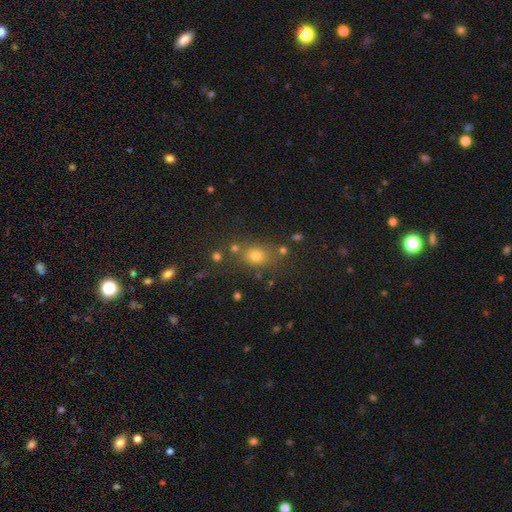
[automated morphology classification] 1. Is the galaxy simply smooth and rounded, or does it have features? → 71% smooth, 19% star or artifact, 10% featured or disk.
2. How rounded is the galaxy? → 52% round, 46% in between, 2% cigar-shaped.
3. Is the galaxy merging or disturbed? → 70% none, 13% minor disturbance, 11% merger, 6% major disturbance.